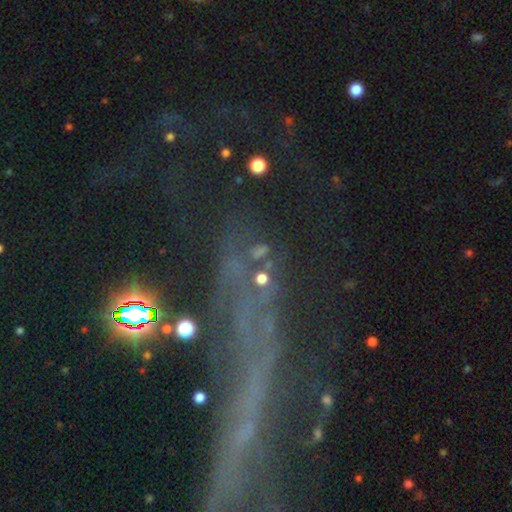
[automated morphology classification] This appears to be a star or artifact, not a galaxy (60%).